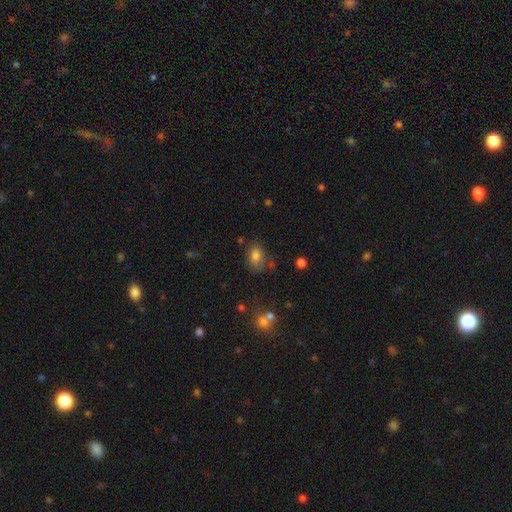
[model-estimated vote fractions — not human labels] smooth_or_featured: smooth (p=0.78) [alt: star or artifact p=0.12]
how_rounded: in between (p=0.73) [alt: round p=0.25]
merging: none (p=0.64) [alt: minor disturbance p=0.21]